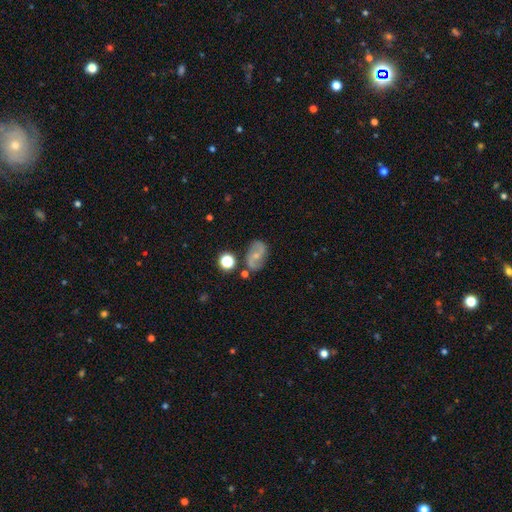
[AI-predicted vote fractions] This is likely a featured or disk galaxy (64%). It is clearly not viewed edge-on (96%). Bar: possibly no (47%). Spiral arm pattern: clearly yes (85%). Spiral arm count: clearly 2 (89%). Spiral winding: possibly loose (48%). Central bulge: likely small (64%). Merging: likely none (73%).